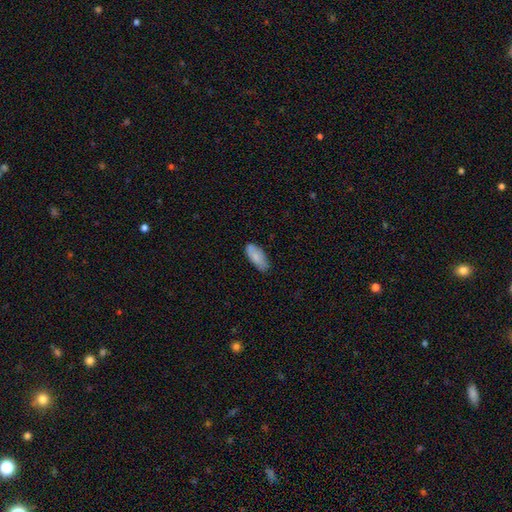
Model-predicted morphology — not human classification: This appears to be a smooth galaxy with no disk features (82%) that is in between round and cigar-shaped (86%). Merging: none (75%).